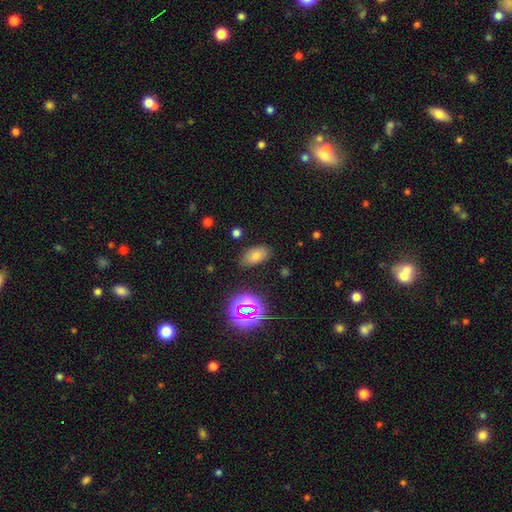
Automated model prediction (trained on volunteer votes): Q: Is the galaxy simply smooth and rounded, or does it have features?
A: smooth — 71%.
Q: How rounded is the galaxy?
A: in between — 91%.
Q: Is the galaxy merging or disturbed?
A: none — 82%.